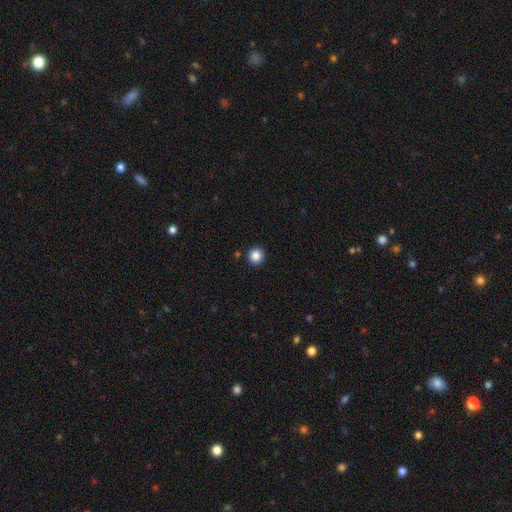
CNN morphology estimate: Overall: smooth (87%). How rounded: round (94%). Merging: none (92%).